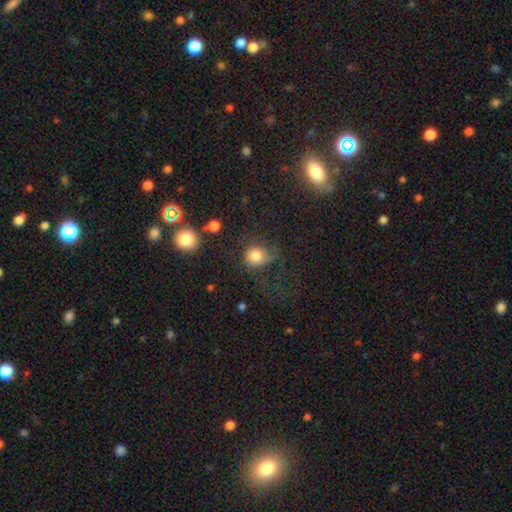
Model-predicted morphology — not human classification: Smooth or featured? smooth (77%)
How rounded? round (75%)
Merging? none (48%)